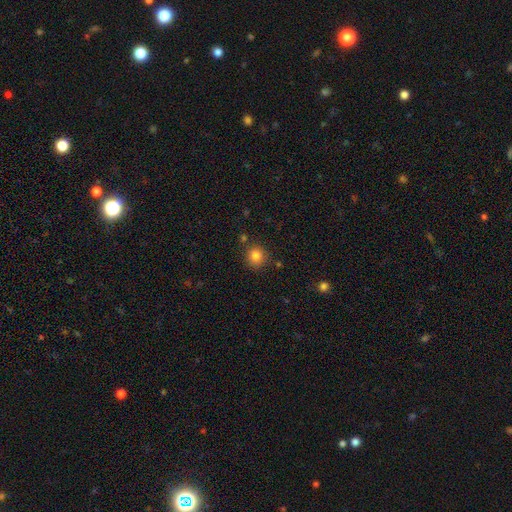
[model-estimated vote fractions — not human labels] This appears to be a smooth galaxy with no disk features (82%) that is round (90%). Merging: none (84%).